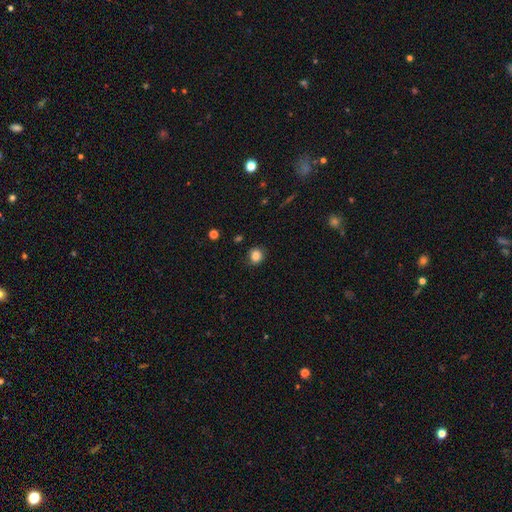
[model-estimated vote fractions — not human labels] Smooth or featured?
  - smooth: 84% *
  - star or artifact: 11%
  - featured or disk: 5%
How rounded?
  - round: 84% *
  - in between: 15%
  - cigar-shaped: 1%
Merging?
  - none: 85% *
  - minor disturbance: 11%
  - major disturbance: 2%
  - merger: 2%